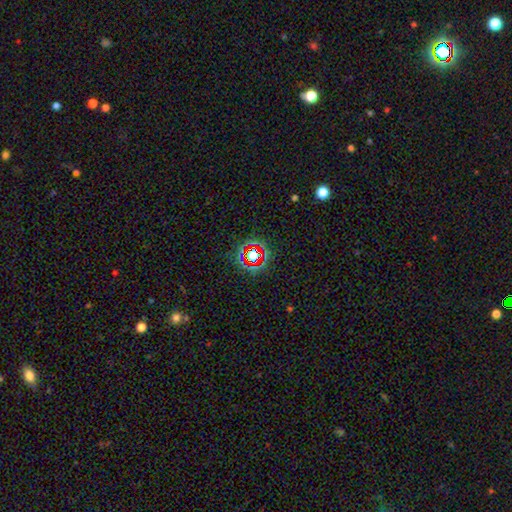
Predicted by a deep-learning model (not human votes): Overall: star or artifact (68%).